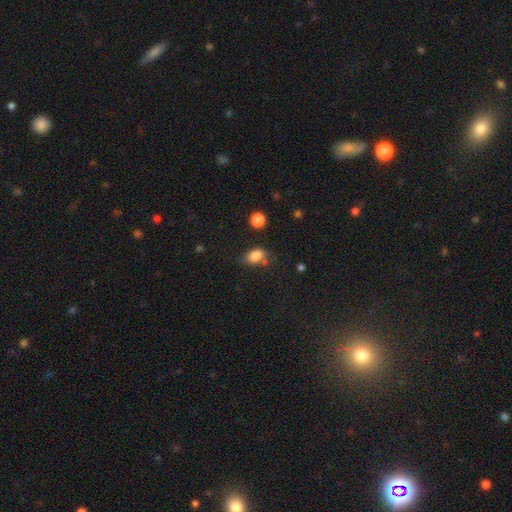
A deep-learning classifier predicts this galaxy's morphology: Smooth or featured? Predicted: smooth (p=0.83). How rounded? Predicted: in between (p=0.73). Merging? Predicted: none (p=0.63).